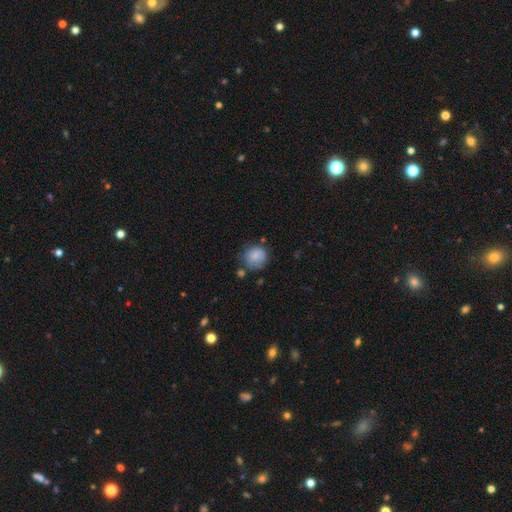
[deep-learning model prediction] Morphology: type=smooth (82%); roundness=round (84%); merging=none (62%).